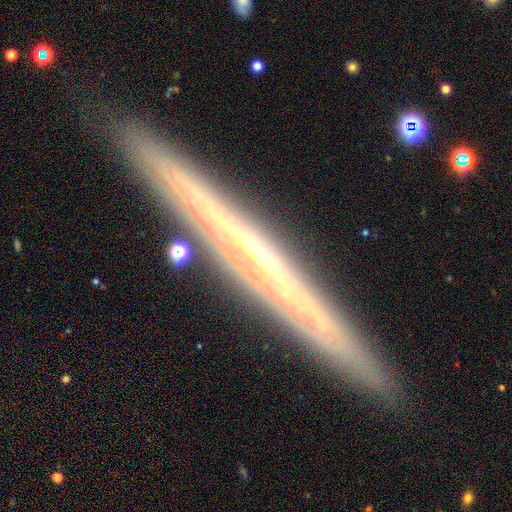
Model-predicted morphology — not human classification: Smooth or featured? featured or disk (80%)
Edge-on disk? yes (96%)
Edge-on bulge? none (54%)
Merging? none (90%)